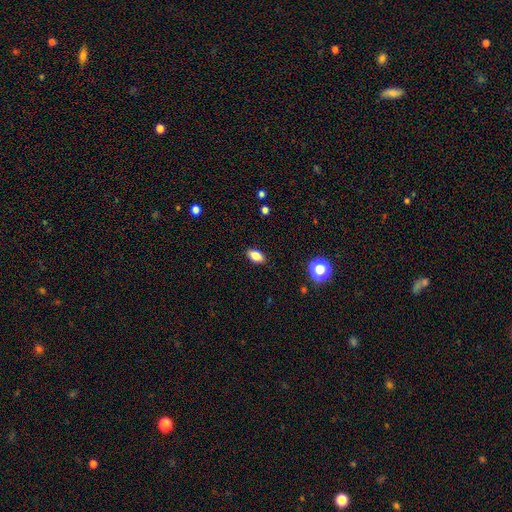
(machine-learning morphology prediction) Smooth or featured? Predicted: smooth (p=0.84). How rounded? Predicted: in between (p=0.90). Merging? Predicted: none (p=0.88).